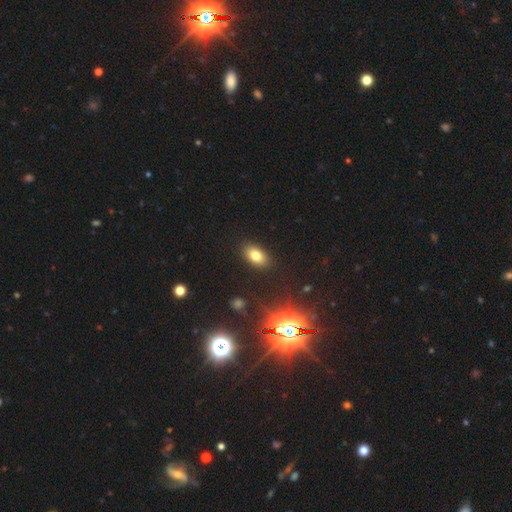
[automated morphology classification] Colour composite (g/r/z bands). It shows a smooth galaxy with no disk features (76%) that is in between round and cigar-shaped (89%). Merging: none (89%).